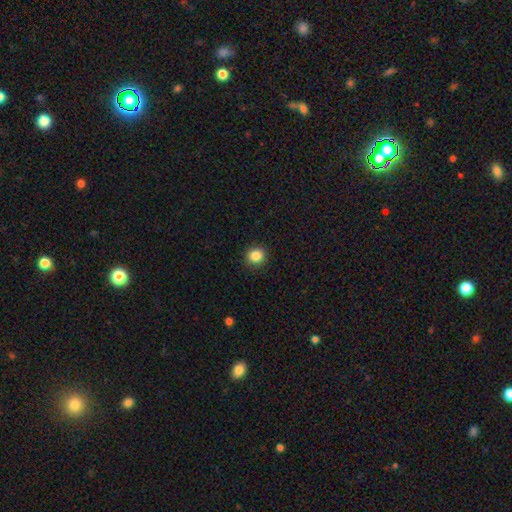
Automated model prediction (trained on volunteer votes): Smooth or featured? smooth (86%)
How rounded? round (86%)
Merging? none (91%)